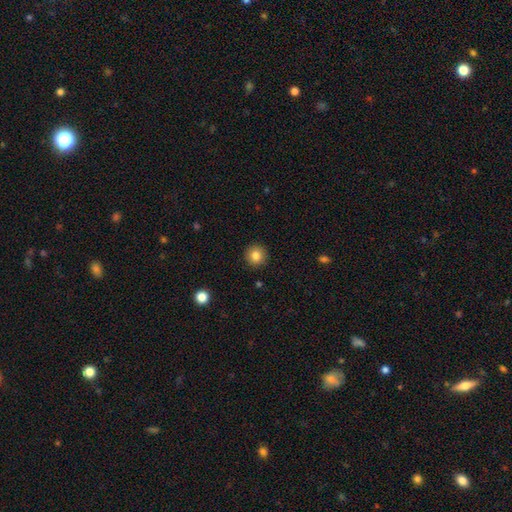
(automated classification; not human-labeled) Overall: smooth (83%). How rounded: round (95%). Merging: none (92%).